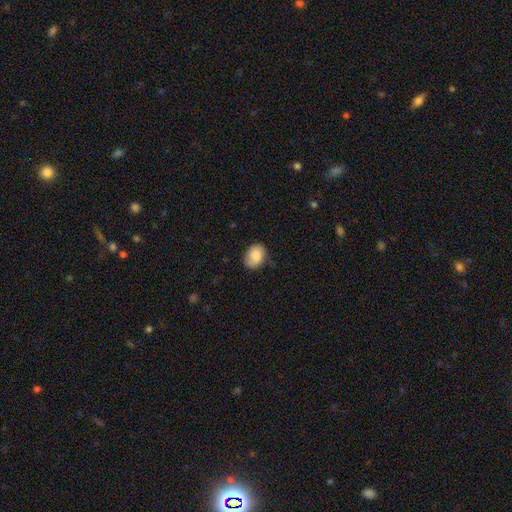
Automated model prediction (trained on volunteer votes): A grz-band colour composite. It shows a smooth galaxy with no disk features (82%) that is in between round and cigar-shaped (64%). Merging: none (66%).